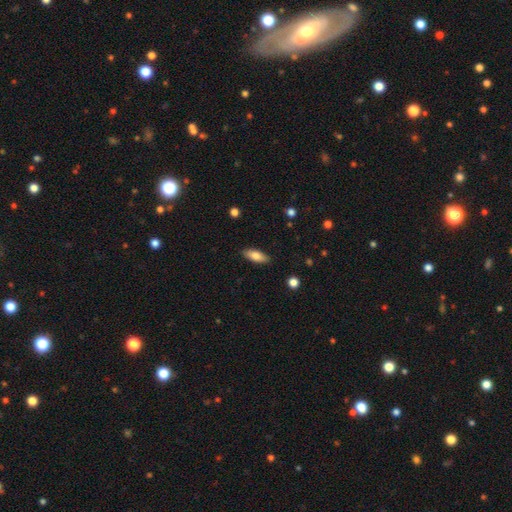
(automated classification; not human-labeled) Smooth or featured: smooth — 79% (featured or disk — 14%)
How rounded: in between — 76% (cigar-shaped — 22%)
Merging: none — 88% (minor disturbance — 9%)